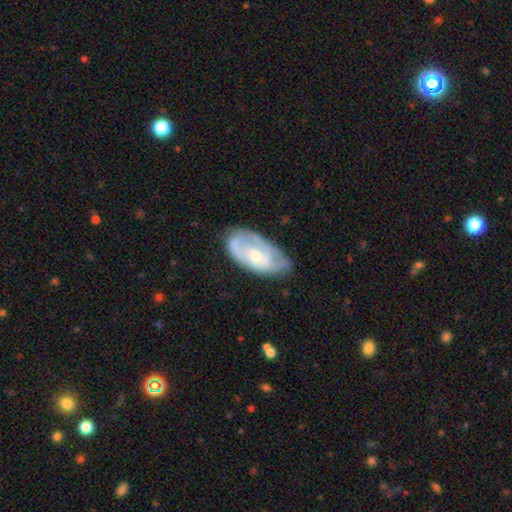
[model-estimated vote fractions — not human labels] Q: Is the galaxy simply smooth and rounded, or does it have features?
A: featured or disk — 57%.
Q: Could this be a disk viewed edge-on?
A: no — 93%.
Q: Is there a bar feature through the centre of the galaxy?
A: no — 73%.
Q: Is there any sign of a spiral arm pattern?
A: yes — 59%.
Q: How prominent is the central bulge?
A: moderate — 47%.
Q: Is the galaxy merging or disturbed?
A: none — 56%.